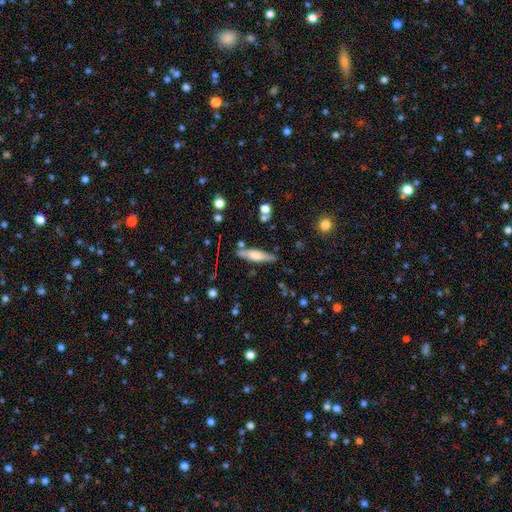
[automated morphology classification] smooth-or-featured: featured or disk: 47% | smooth: 46% | star or artifact: 7%
  merging: none: 78% | minor disturbance: 14% | merger: 5% | major disturbance: 3%